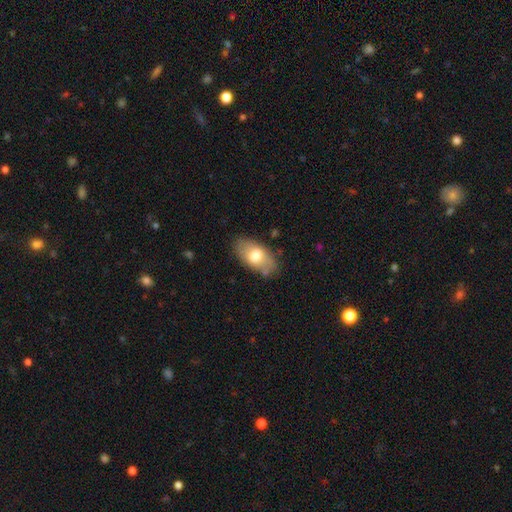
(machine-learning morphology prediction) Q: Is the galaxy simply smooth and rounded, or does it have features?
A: smooth — 70%.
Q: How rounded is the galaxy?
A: in between — 93%.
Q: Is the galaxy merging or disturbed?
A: none — 78%.